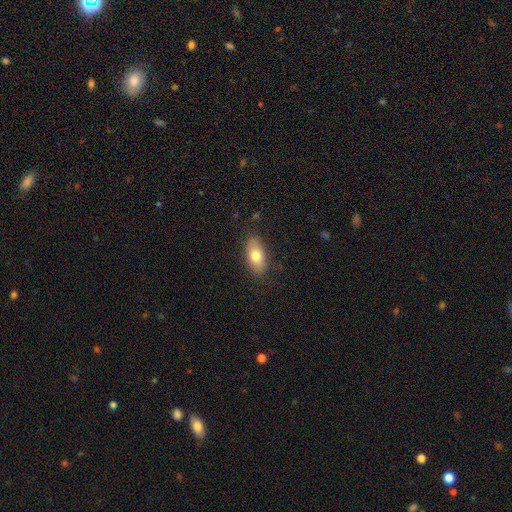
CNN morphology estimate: Smooth or featured? smooth (76%)
How rounded? in between (88%)
Merging? none (84%)